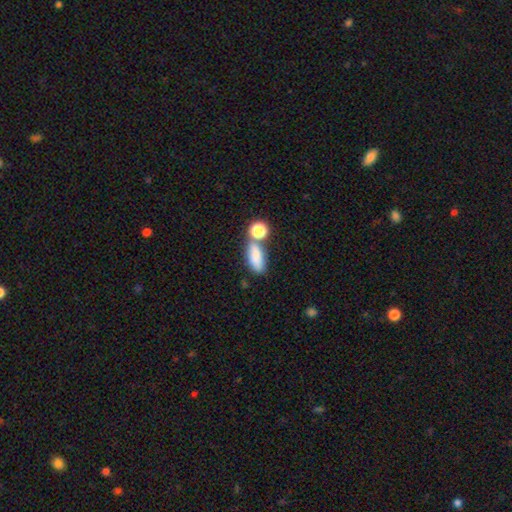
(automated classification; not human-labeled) This appears to be a smooth galaxy with no disk features (79%) that is in between round and cigar-shaped (73%). Merging: none (55%).